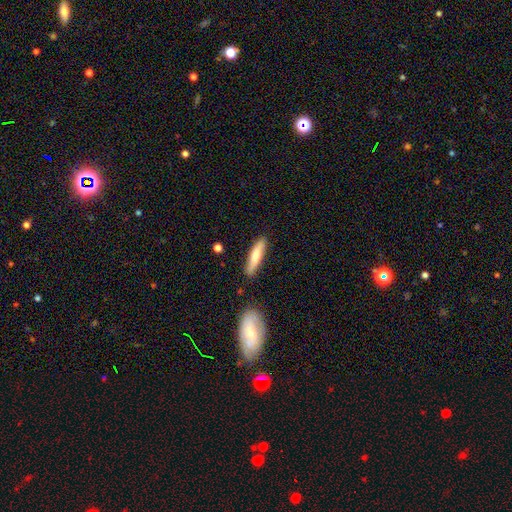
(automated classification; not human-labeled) Smooth or featured? smooth (69%)
How rounded? cigar-shaped (81%)
Merging? none (84%)